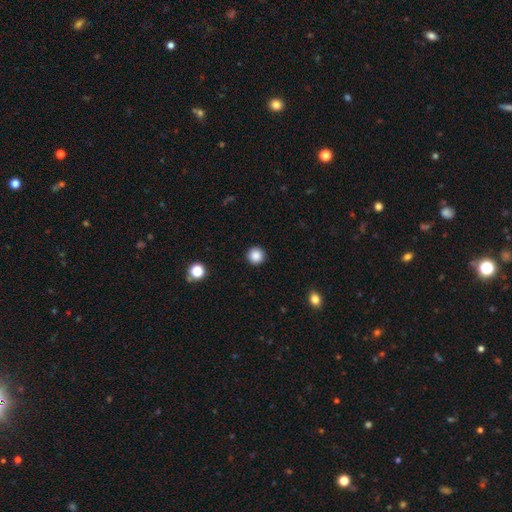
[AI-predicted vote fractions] Smooth or featured: smooth — 87% (star or artifact — 11%)
How rounded: round — 96% (in between — 3%)
Merging: none — 93% (minor disturbance — 4%)